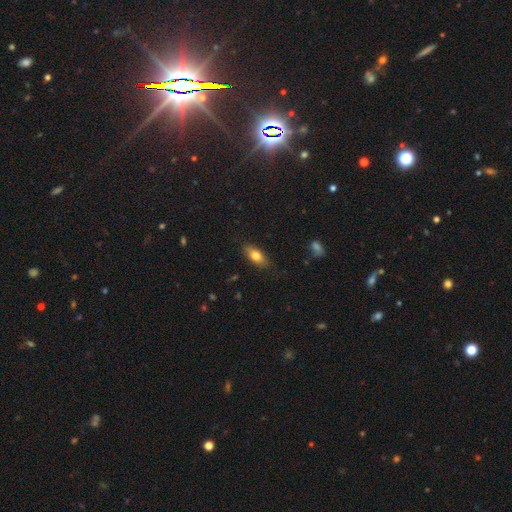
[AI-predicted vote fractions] smooth_or_featured: smooth (p=0.76) [alt: featured or disk p=0.17]
how_rounded: in between (p=0.82) [alt: cigar-shaped p=0.14]
merging: none (p=0.81) [alt: minor disturbance p=0.15]